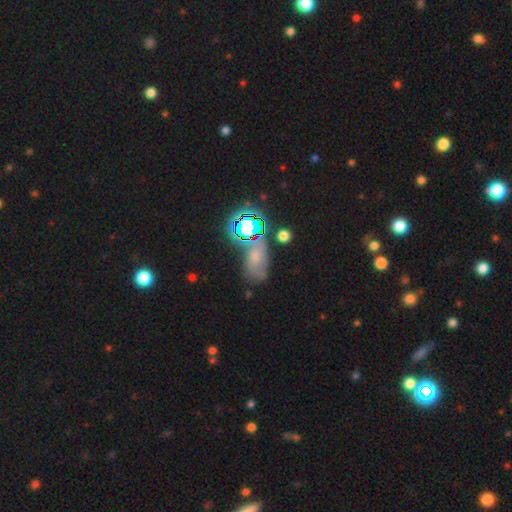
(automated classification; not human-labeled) smooth-or-featured: smooth: 39% | star or artifact: 35% | featured or disk: 26%
  merging: none: 48% | minor disturbance: 24% | major disturbance: 14% | merger: 13%